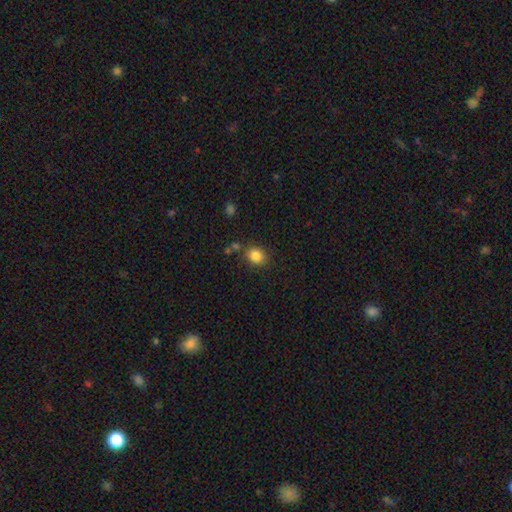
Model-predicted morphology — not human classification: smooth_or_featured: smooth (p=0.84) [alt: star or artifact p=0.11]
how_rounded: round (p=0.63) [alt: in between p=0.36]
merging: none (p=0.79) [alt: minor disturbance p=0.12]